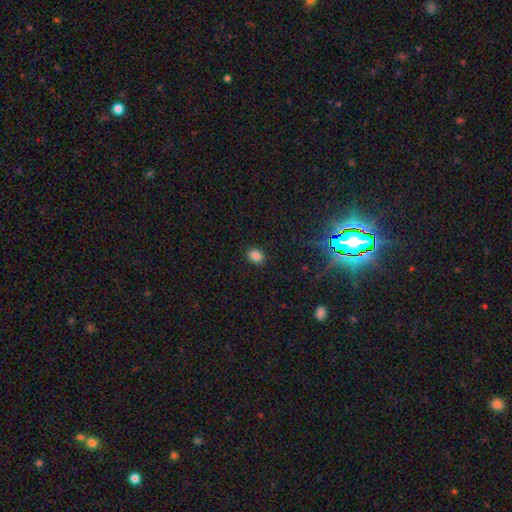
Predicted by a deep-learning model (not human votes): Q: Smooth or featured?
A: smooth (83%); runner-up: star or artifact (13%)
Q: How rounded?
A: in between (51%); runner-up: round (48%)
Q: Merging?
A: none (89%); runner-up: minor disturbance (8%)